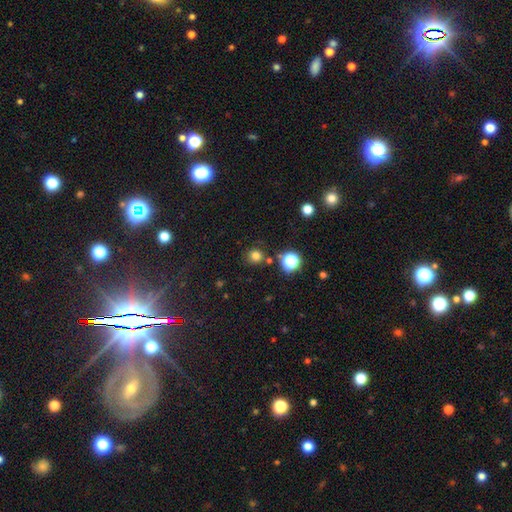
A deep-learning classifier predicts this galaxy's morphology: A smooth galaxy with no disk features (75%) that is round (90%).

Vote fractions:
- Smooth or featured? smooth: 75% / star or artifact: 20% / featured or disk: 5%
- How rounded? round: 90% / in between: 9% / cigar-shaped: 1%
- Merging? none: 82% / minor disturbance: 10% / merger: 6% / major disturbance: 3%